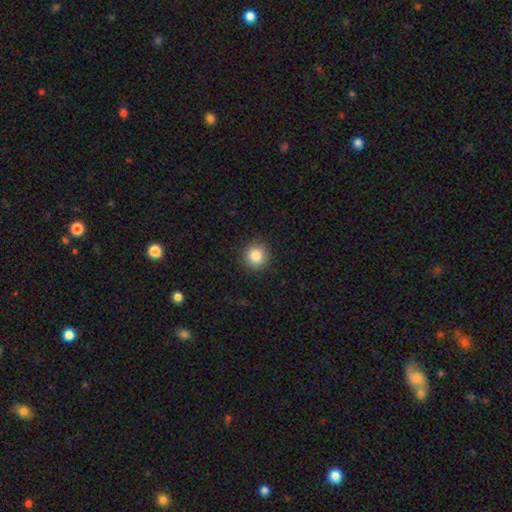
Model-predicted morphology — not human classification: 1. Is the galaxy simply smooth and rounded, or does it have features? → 85% smooth, 10% star or artifact, 5% featured or disk.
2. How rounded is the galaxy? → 95% round, 4% in between, 1% cigar-shaped.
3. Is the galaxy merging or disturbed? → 91% none, 6% minor disturbance, 2% major disturbance, 1% merger.